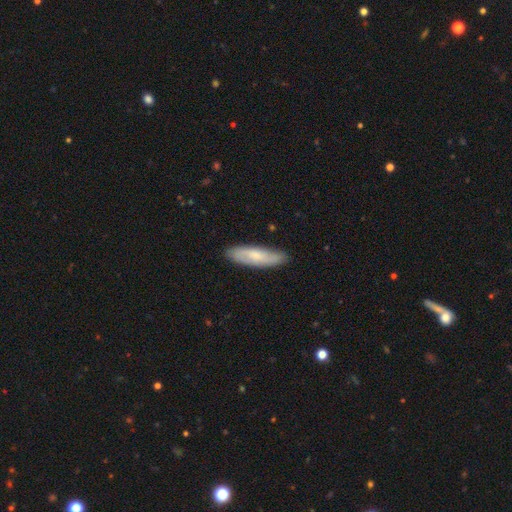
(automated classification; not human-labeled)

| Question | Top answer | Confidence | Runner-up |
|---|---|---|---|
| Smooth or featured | smooth | 63% | featured or disk (31%) |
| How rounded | cigar-shaped | 60% | in between (38%) |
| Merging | none | 85% | minor disturbance (11%) |